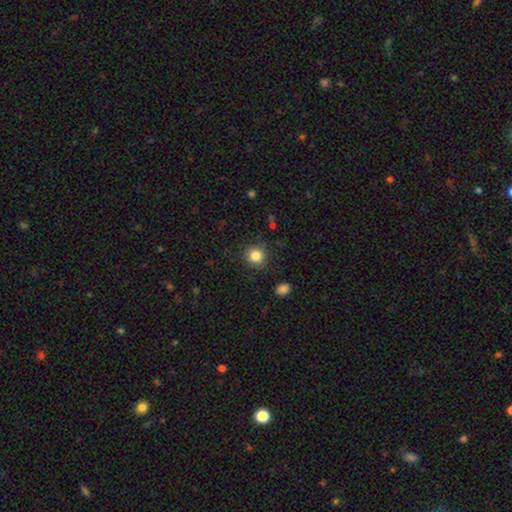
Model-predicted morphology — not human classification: type=smooth (84%); roundness=round (91%); merging=none (89%).